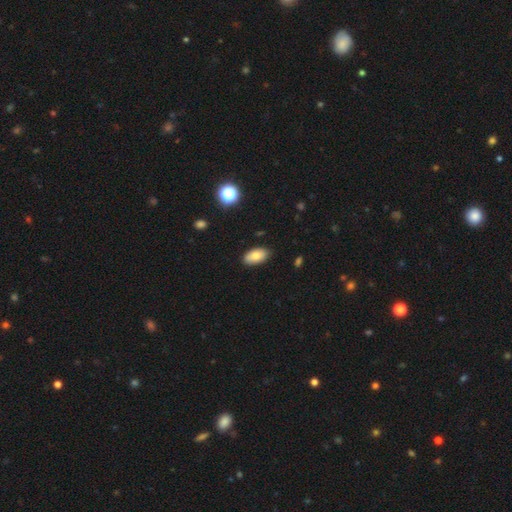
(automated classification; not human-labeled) This appears to be a smooth galaxy with no disk features (81%) that is in between round and cigar-shaped (94%). Merging: none (85%).